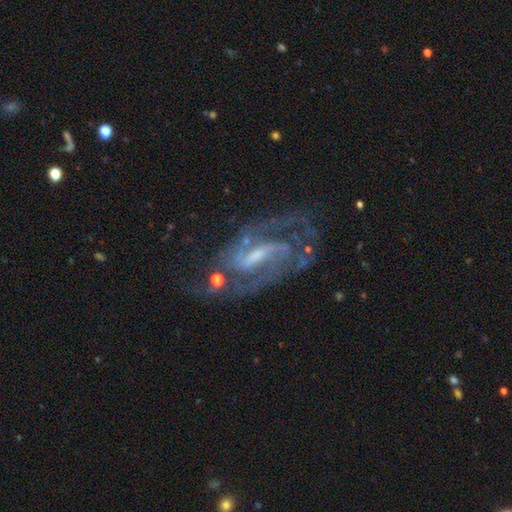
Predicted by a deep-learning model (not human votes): A featured or disk galaxy (90%) with a weak bar (48%), 2 (73%) medium (53%) spiral arms (96%) and a small central bulge (55%).

Vote fractions:
- Smooth or featured? featured or disk: 90% / star or artifact: 6% / smooth: 5%
- Edge-on disk? no: 96% / yes: 4%
- Bar? weak: 48% / strong: 37% / no: 15%
- Spiral arms? yes: 96% / no: 4%
- Spiral winding? medium: 53% / tight: 32% / loose: 14%
- Spiral arm count? 2: 73% / can't tell: 10% / 3: 9% / 1: 3% / 4: 3% / more than 4: 3%
- Bulge size? small: 55% / moderate: 30% / none: 12% / large: 3% / dominant: 1%
- Merging? none: 64% / minor disturbance: 18% / major disturbance: 13% / merger: 5%